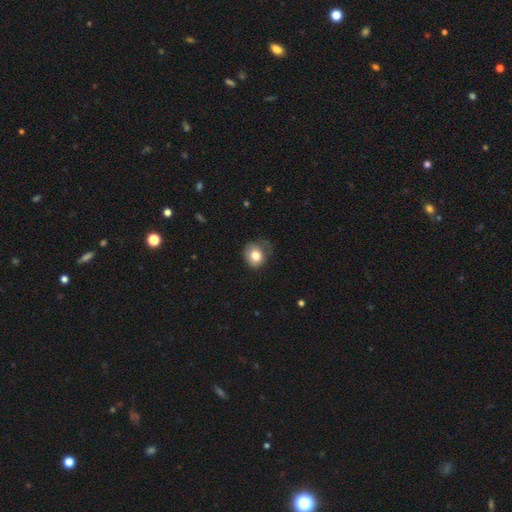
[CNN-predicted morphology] smooth-or-featured: smooth: 77% | featured or disk: 13% | star or artifact: 10%
  how-rounded: round: 80% | in between: 19% | cigar-shaped: 1%
  merging: none: 58% | minor disturbance: 28% | major disturbance: 12% | merger: 2%